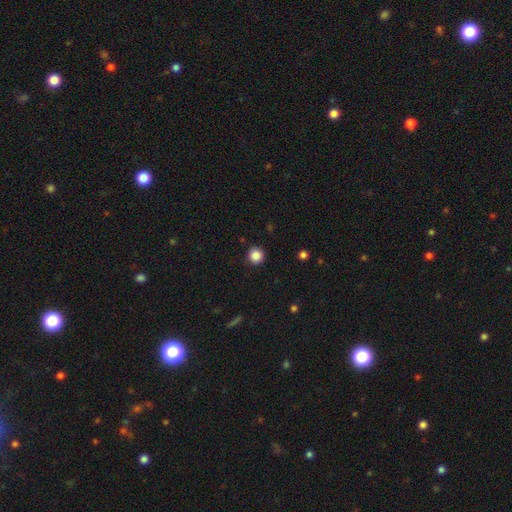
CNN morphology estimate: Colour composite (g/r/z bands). It shows a smooth galaxy with no disk features (86%) that is round (94%). Merging: none (91%).